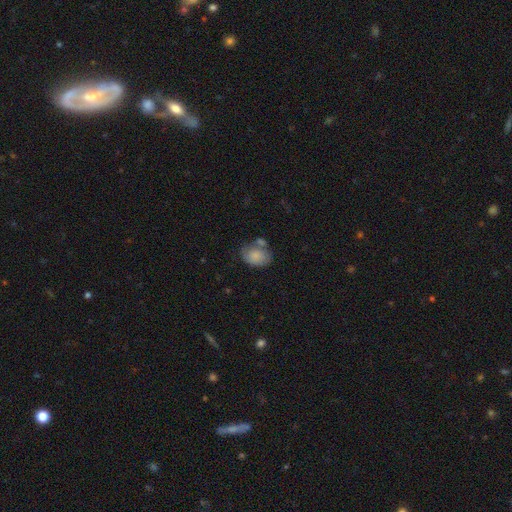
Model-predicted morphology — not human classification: smooth 80%, featured or disk 13%, star or artifact 7%. Down the decision tree: how rounded — in between (72%); merging — none (45%).